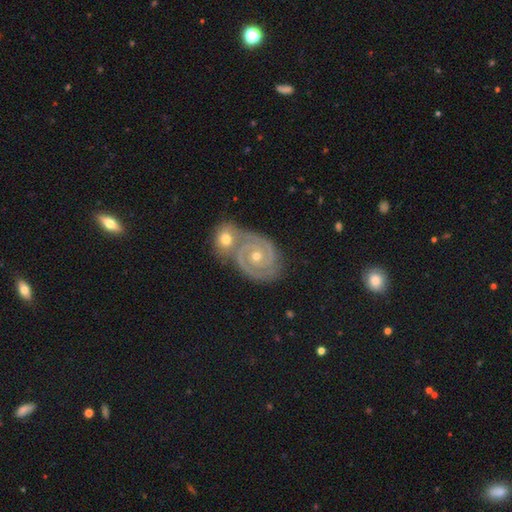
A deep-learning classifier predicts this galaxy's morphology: Smooth or featured? Predicted: featured or disk (p=0.90). Edge-on disk? Predicted: no (p=0.98). Bar? Predicted: no (p=0.72). Spiral arms? Predicted: yes (p=0.98). Spiral winding? Predicted: tight (p=0.73). Spiral arm count? Predicted: 2 (p=0.86). Bulge size? Predicted: small (p=0.50). Merging? Predicted: none (p=0.52).